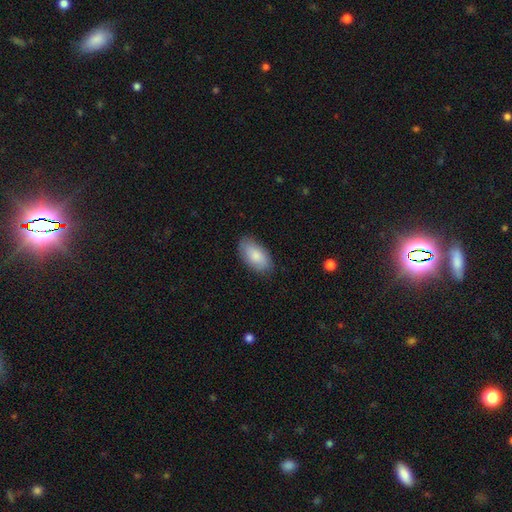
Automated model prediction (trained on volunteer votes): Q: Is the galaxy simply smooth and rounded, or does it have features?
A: smooth — 84%.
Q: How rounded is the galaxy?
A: in between — 95%.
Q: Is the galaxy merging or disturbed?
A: none — 83%.